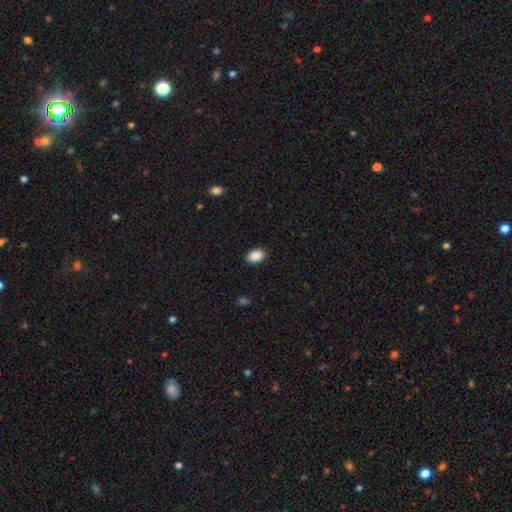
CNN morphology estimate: A smooth galaxy with no disk features (90%) that is in between round and cigar-shaped (86%). Merging: none (89%).